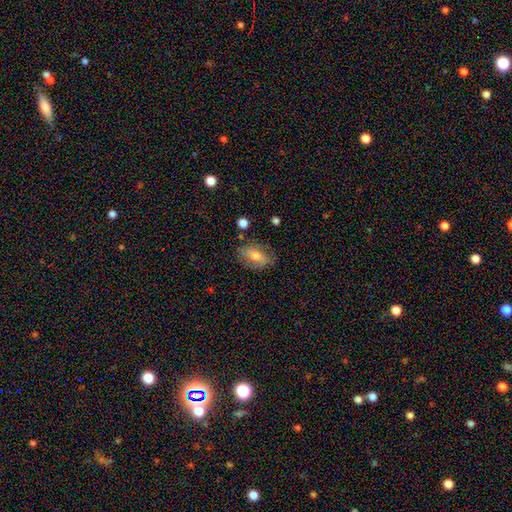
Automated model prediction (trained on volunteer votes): A smooth galaxy with no disk features (52%) that is in between round and cigar-shaped (83%).

Vote fractions:
- Smooth or featured? smooth: 52% / featured or disk: 39% / star or artifact: 9%
- How rounded? in between: 83% / round: 14% / cigar-shaped: 3%
- Merging? none: 72% / minor disturbance: 19% / major disturbance: 7% / merger: 2%